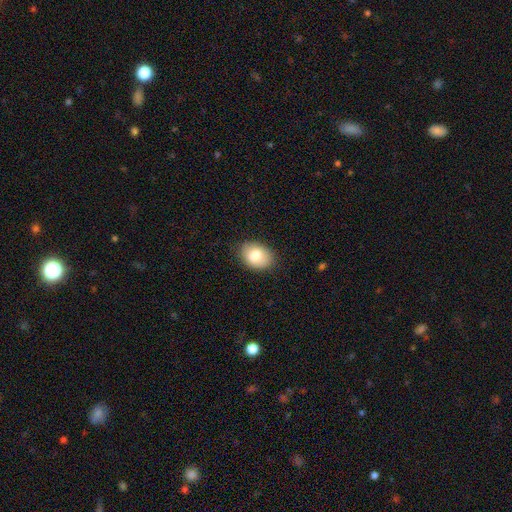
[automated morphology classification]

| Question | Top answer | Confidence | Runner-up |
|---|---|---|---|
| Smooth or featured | smooth | 81% | featured or disk (12%) |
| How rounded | in between | 75% | round (24%) |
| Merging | none | 83% | minor disturbance (14%) |